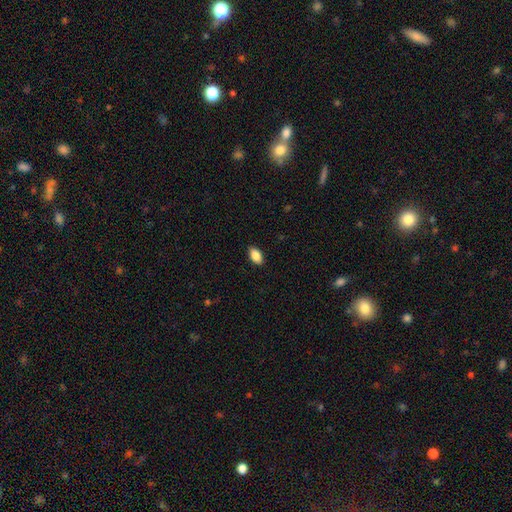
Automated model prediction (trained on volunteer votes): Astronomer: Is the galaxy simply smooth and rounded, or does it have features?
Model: smooth — 87%.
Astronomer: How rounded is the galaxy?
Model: in between — 92%.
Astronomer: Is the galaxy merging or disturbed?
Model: none — 89%.